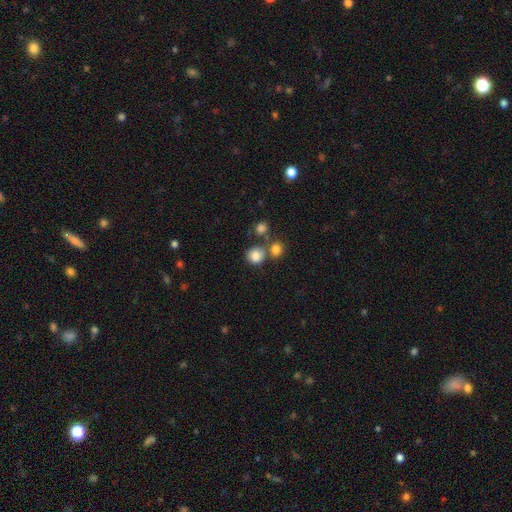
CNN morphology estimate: Q: Smooth or featured?
A: smooth (82%); runner-up: star or artifact (11%)
Q: How rounded?
A: round (82%); runner-up: in between (17%)
Q: Merging?
A: none (59%); runner-up: merger (26%)